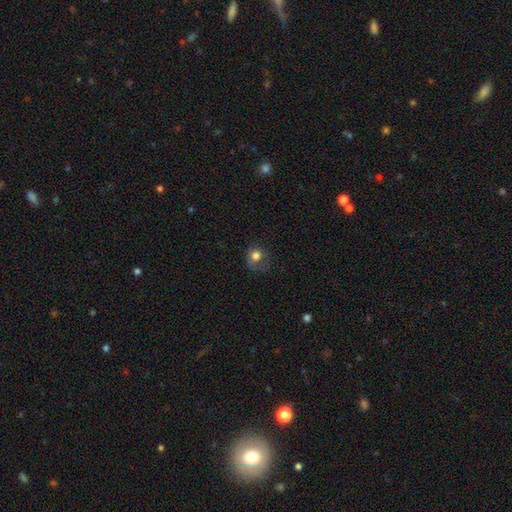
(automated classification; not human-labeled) Q: Smooth or featured?
A: smooth (70%); runner-up: featured or disk (18%)
Q: How rounded?
A: round (73%); runner-up: in between (26%)
Q: Merging?
A: none (46%); runner-up: major disturbance (26%)